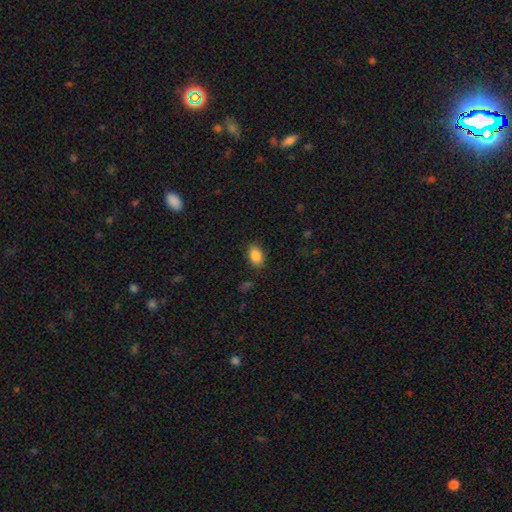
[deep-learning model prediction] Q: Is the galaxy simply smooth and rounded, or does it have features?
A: smooth — 87%.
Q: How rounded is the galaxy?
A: in between — 84%.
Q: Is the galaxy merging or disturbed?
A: none — 85%.